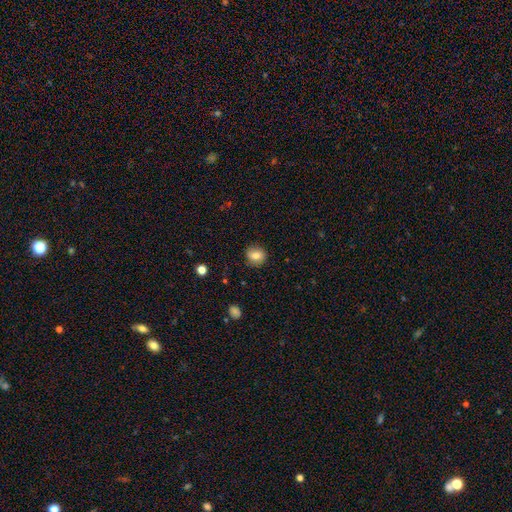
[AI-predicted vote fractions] Smooth or featured? Predicted: smooth (p=0.78). How rounded? Predicted: round (p=0.74). Merging? Predicted: none (p=0.84).